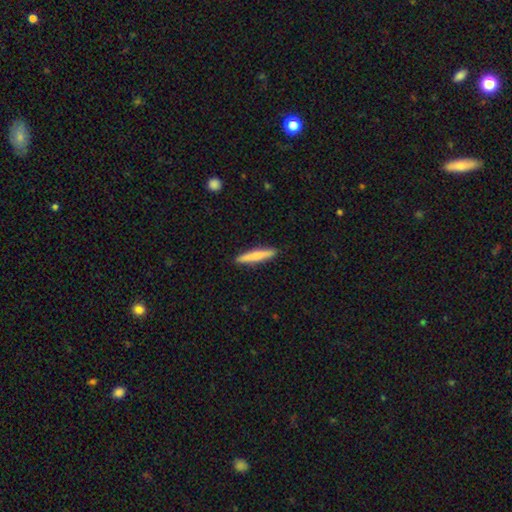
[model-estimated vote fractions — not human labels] This appears to be a smooth galaxy with no disk features (70%) that is cigar-shaped (93%). Merging: none (92%).